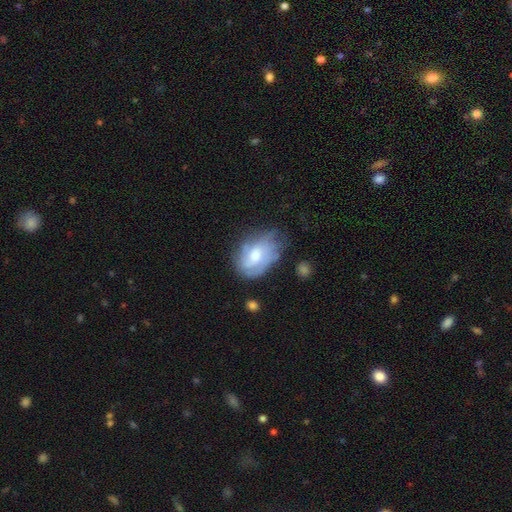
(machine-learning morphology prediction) smooth-or-featured: featured or disk: 62% | smooth: 31% | star or artifact: 7%
  disk-edge-on: no: 96% | yes: 4%
    bar: no: 63% | weak: 33% | strong: 5%
    has-spiral-arms: yes: 81% | no: 19%
    bulge-size: moderate: 58% | small: 22% | large: 14% | none: 4% | dominant: 2%
  merging: none: 51% | minor disturbance: 29% | major disturbance: 17% | merger: 3%